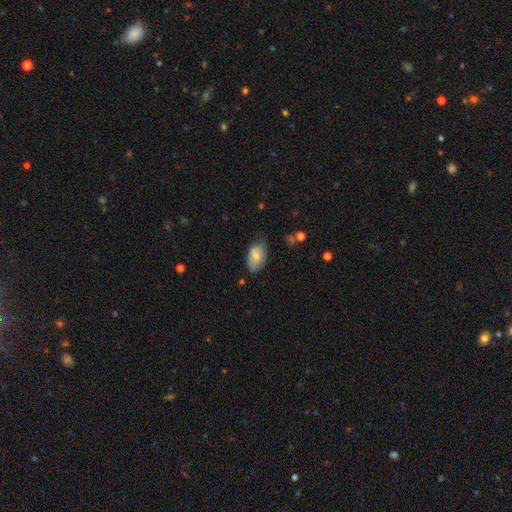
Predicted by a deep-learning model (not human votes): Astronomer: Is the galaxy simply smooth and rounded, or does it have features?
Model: smooth — 64%.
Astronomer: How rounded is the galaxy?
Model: in between — 91%.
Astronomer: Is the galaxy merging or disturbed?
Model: none — 59%.